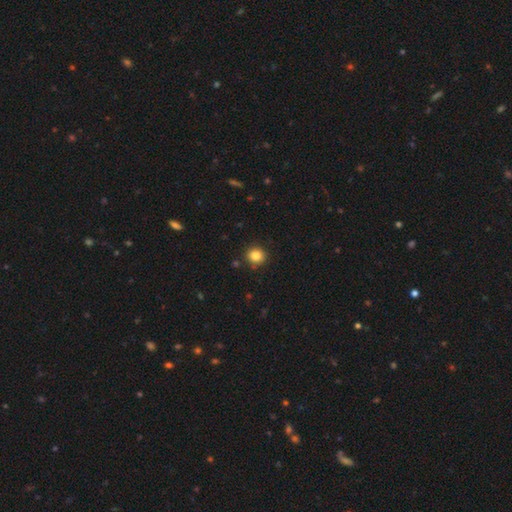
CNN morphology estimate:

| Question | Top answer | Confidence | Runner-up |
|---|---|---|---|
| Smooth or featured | smooth | 84% | star or artifact (11%) |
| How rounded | round | 89% | in between (10%) |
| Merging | none | 90% | minor disturbance (7%) |